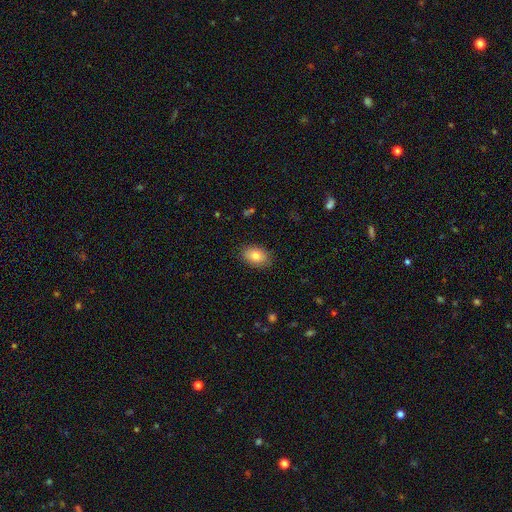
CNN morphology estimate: Overall: smooth (81%). How rounded: in between (84%). Merging: none (87%).